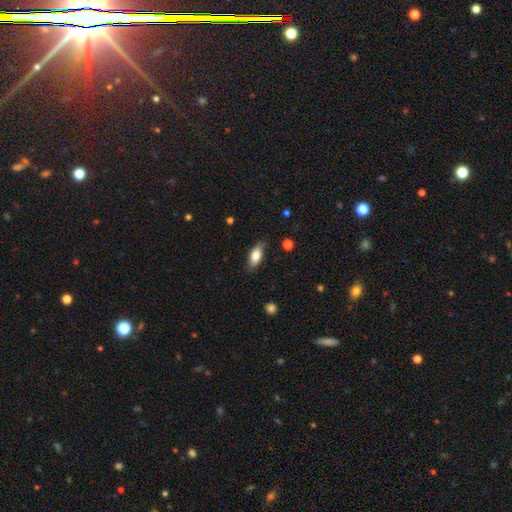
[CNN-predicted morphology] This appears to be a smooth galaxy with no disk features (76%) that is in between round and cigar-shaped (80%). Merging: none (81%).